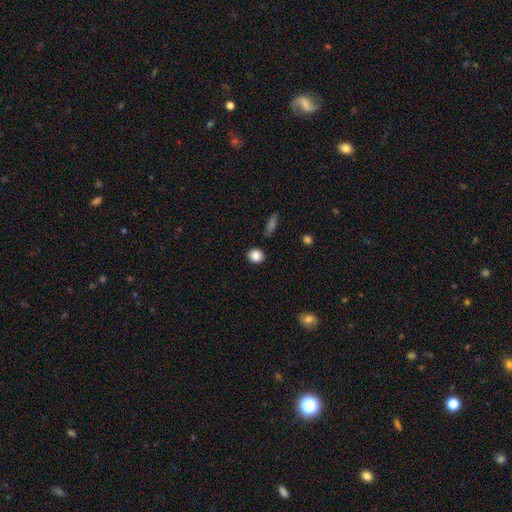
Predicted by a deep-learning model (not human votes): smooth 86%, star or artifact 9%, featured or disk 5%. Down the decision tree: how rounded — round (73%); merging — none (87%).